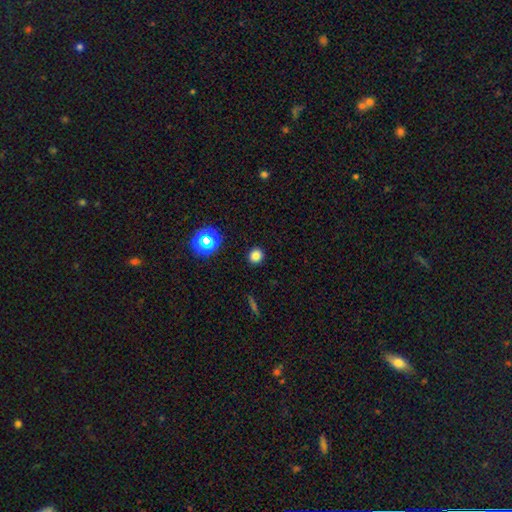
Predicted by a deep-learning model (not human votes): smooth_or_featured: smooth (p=0.79) [alt: star or artifact p=0.16]
how_rounded: round (p=0.87) [alt: in between p=0.11]
merging: none (p=0.91) [alt: minor disturbance p=0.06]